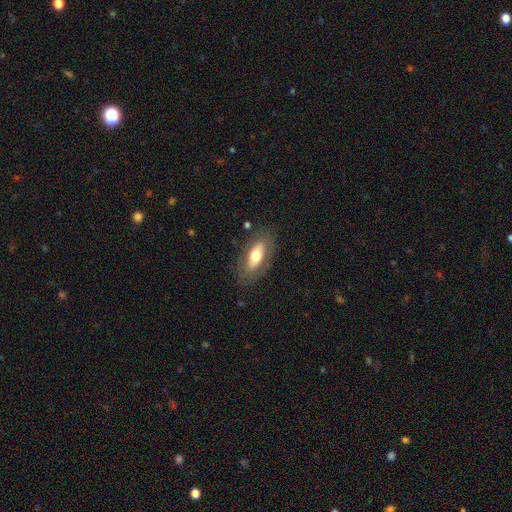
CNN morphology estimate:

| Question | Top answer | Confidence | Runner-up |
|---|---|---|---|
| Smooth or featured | smooth | 61% | featured or disk (32%) |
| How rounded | in between | 79% | cigar-shaped (17%) |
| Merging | none | 81% | minor disturbance (13%) |